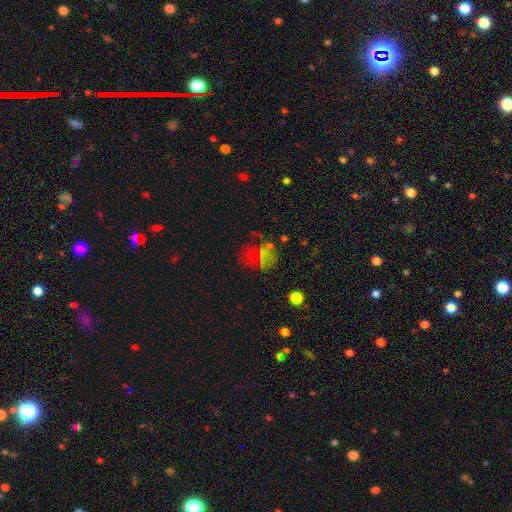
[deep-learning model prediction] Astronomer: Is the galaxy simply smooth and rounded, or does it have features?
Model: smooth — 39% (runner-up: featured or disk, 31%).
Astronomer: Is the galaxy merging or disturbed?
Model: none — 50% (runner-up: major disturbance, 27%).